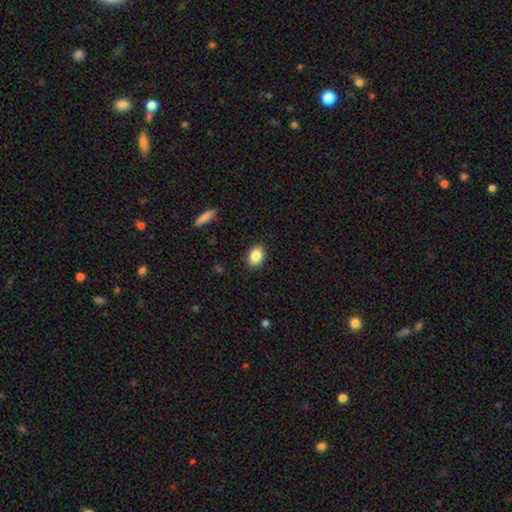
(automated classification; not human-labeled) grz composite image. It shows a smooth galaxy with no disk features (86%) that is in between round and cigar-shaped (71%). Merging: none (88%).